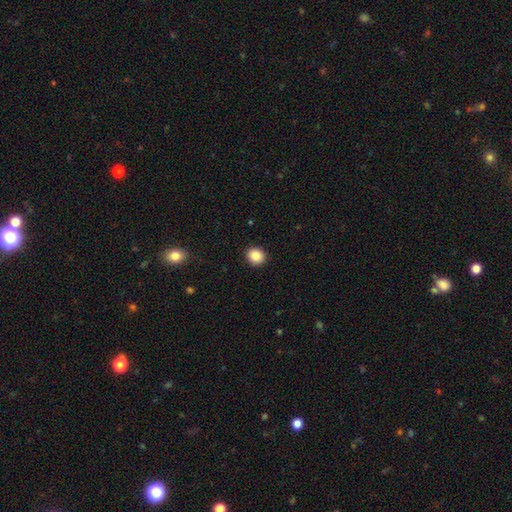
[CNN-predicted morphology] A smooth galaxy with no disk features (87%) that is round (82%).

Vote fractions:
- Smooth or featured? smooth: 87% / star or artifact: 9% / featured or disk: 4%
- How rounded? round: 82% / in between: 17% / cigar-shaped: 1%
- Merging? none: 92% / minor disturbance: 5% / major disturbance: 2% / merger: 1%